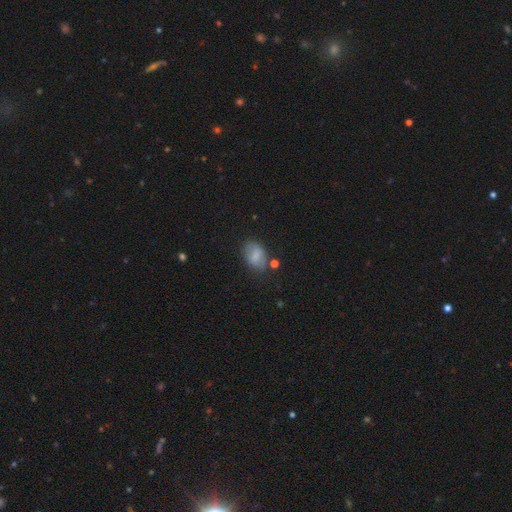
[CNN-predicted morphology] type=smooth (72%); roundness=in between (81%); merging=none (64%).